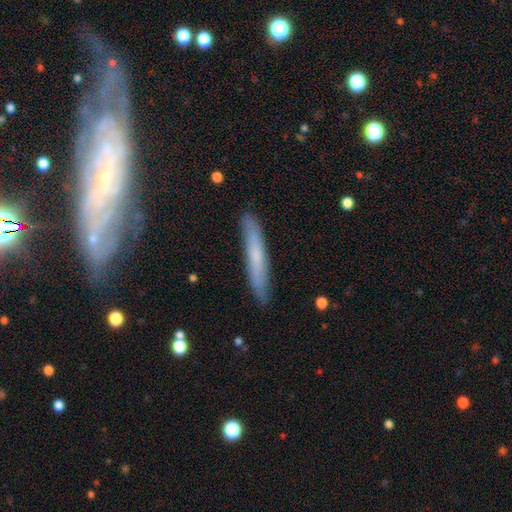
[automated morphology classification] Smooth or featured? smooth (56%)
How rounded? cigar-shaped (93%)
Merging? none (86%)